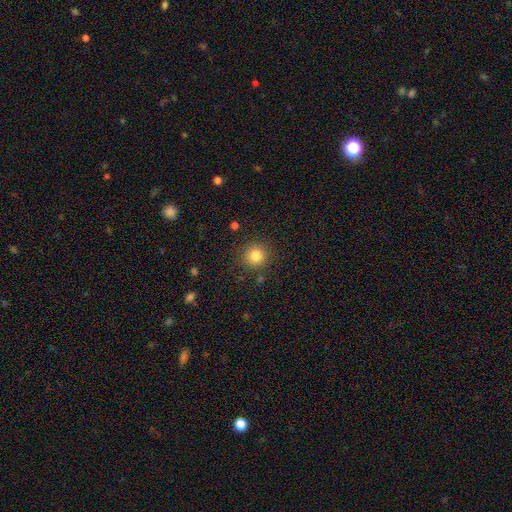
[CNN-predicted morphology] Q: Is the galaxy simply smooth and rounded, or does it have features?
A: smooth — 82%.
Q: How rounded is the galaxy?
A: round — 92%.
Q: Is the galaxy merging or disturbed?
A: none — 87%.